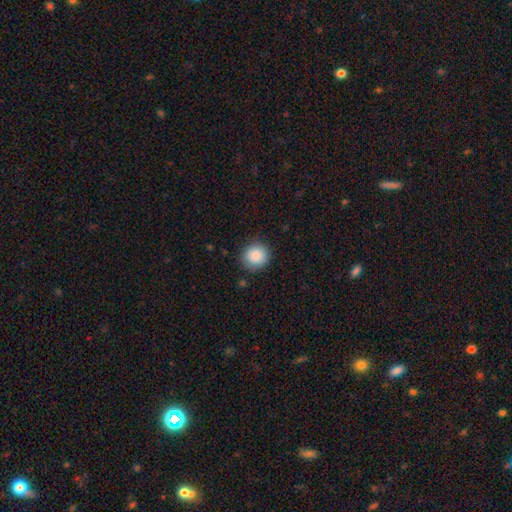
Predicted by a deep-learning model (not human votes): Smooth or featured: smooth — 88% (star or artifact — 8%)
How rounded: round — 89% (in between — 11%)
Merging: none — 88% (minor disturbance — 8%)